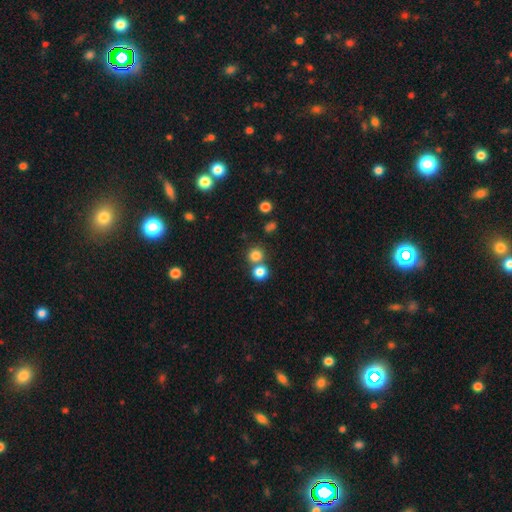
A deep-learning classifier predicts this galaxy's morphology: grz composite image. It shows a smooth galaxy with no disk features (80%) that is round (89%). Merging: none (62%).